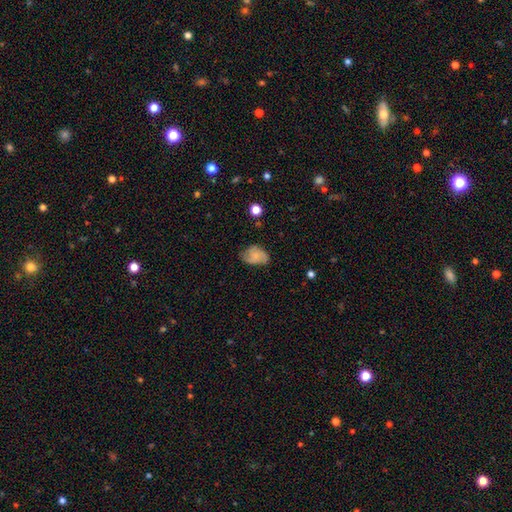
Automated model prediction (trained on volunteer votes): Smooth or featured: smooth — 48% (featured or disk — 43%)
Merging: none — 59% (minor disturbance — 28%)